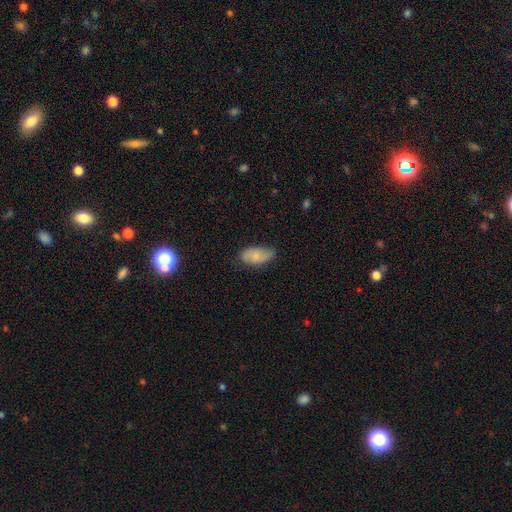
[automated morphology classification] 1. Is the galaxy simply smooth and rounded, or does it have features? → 75% smooth, 17% featured or disk, 7% star or artifact.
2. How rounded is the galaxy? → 92% in between, 5% cigar-shaped, 3% round.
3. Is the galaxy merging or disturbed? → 67% none, 26% minor disturbance, 5% major disturbance, 1% merger.